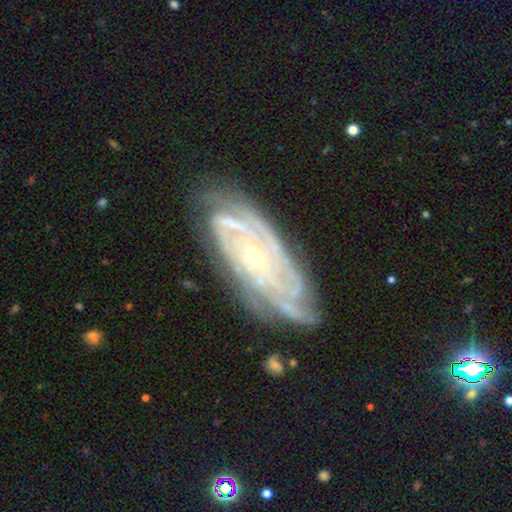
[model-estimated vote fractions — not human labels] smooth_or_featured: featured or disk (p=0.85) [alt: star or artifact p=0.08]
disk_edge_on: no (p=0.91) [alt: yes p=0.09]
bar: no (p=0.68) [alt: weak p=0.23]
has_spiral_arms: yes (p=0.97) [alt: no p=0.03]
spiral_winding: tight (p=0.75) [alt: medium p=0.21]
spiral_arm_count: can't tell (p=0.32) [alt: 4 p=0.20]
bulge_size: small (p=0.82) [alt: moderate p=0.14]
merging: none (p=0.73) [alt: minor disturbance p=0.19]